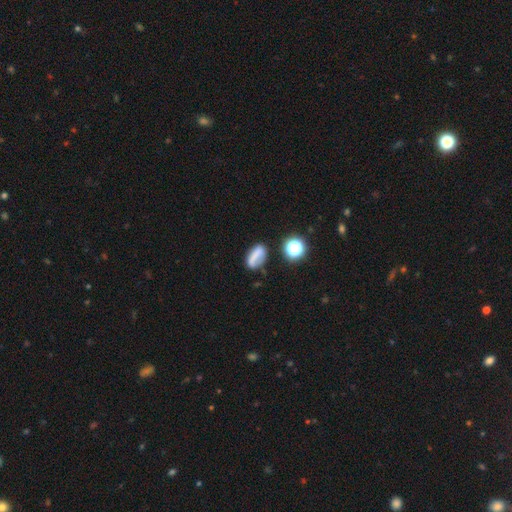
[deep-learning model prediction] Smooth or featured: smooth — 64% (featured or disk — 21%)
How rounded: in between — 75% (round — 15%)
Merging: none — 58% (minor disturbance — 24%)